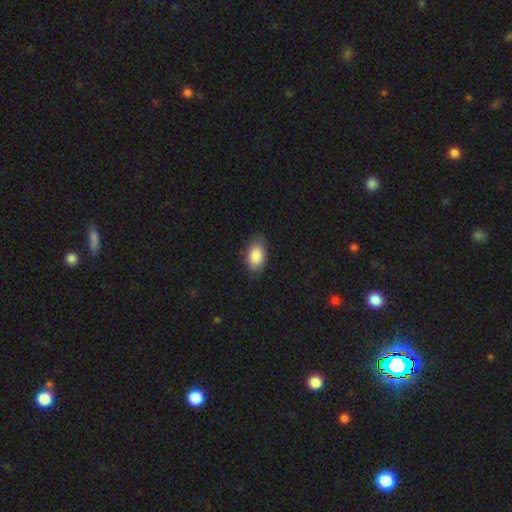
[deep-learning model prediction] A smooth galaxy with no disk features (88%) that is in between round and cigar-shaped (93%). Merging: none (82%).